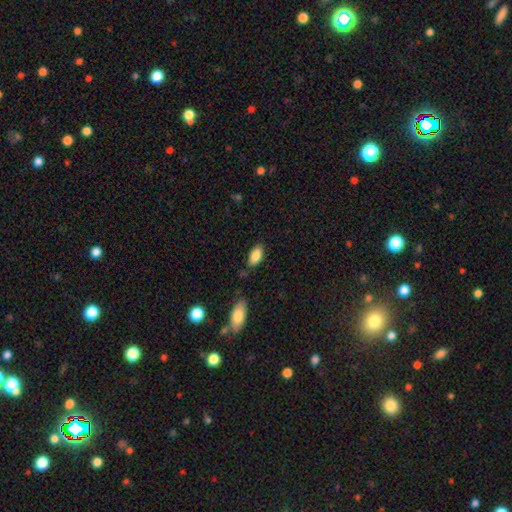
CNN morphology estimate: A smooth galaxy with no disk features (86%) that is in between round and cigar-shaped (90%). Merging: none (79%).